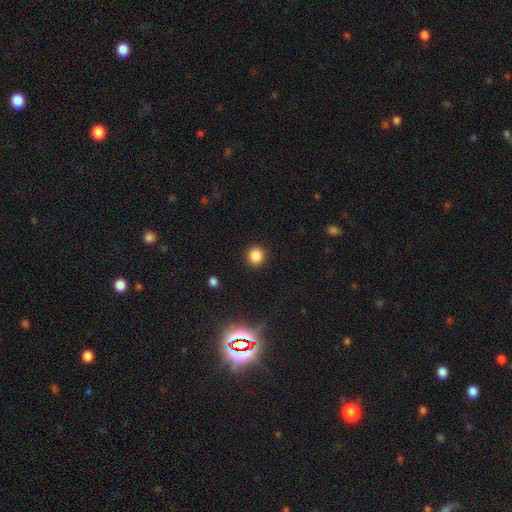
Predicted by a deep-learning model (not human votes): smooth 84%, star or artifact 12%, featured or disk 4%. Down the decision tree: how rounded — round (89%); merging — none (91%).